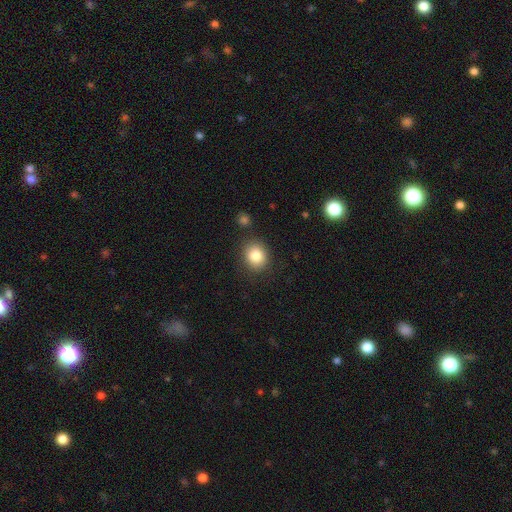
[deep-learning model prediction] smooth 83%, star or artifact 10%, featured or disk 7%. Down the decision tree: how rounded — round (74%); merging — none (85%).